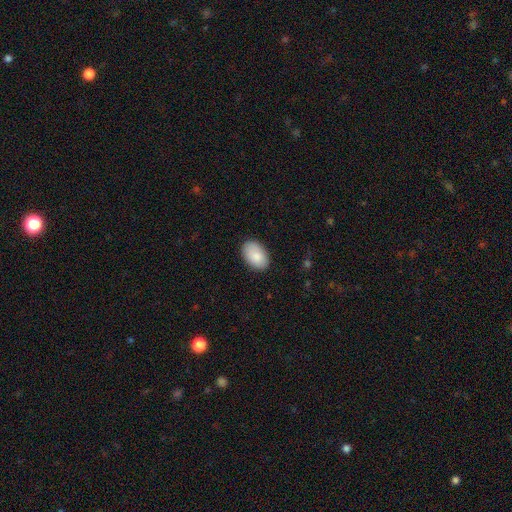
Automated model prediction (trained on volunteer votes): smooth_or_featured: smooth (p=0.86) [alt: featured or disk p=0.08]
how_rounded: in between (p=0.91) [alt: round p=0.08]
merging: none (p=0.85) [alt: minor disturbance p=0.12]